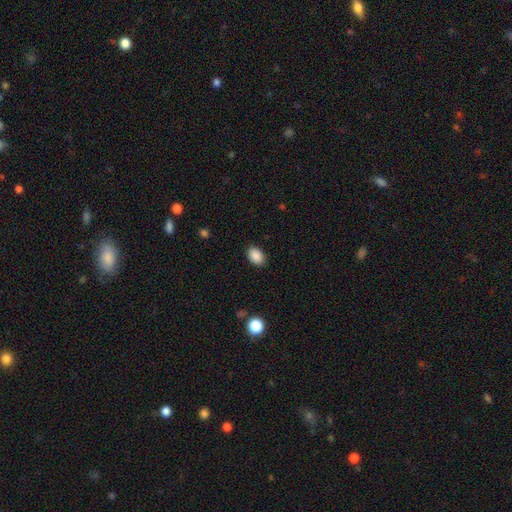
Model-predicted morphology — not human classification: A smooth galaxy with no disk features (89%) that is in between round and cigar-shaped (84%). Merging: none (88%).